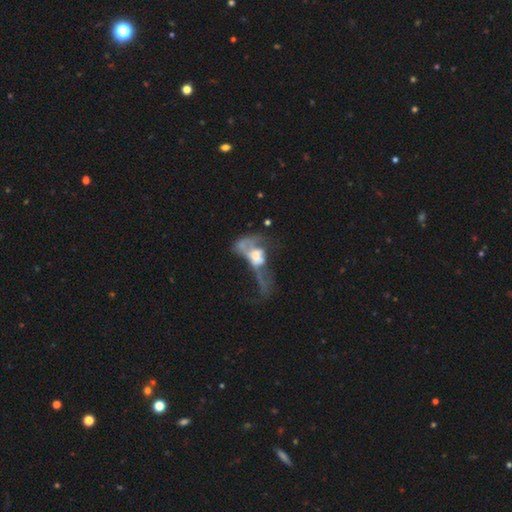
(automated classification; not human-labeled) This appears to be a featured or disk galaxy (56%). Merging: major disturbance (52%).